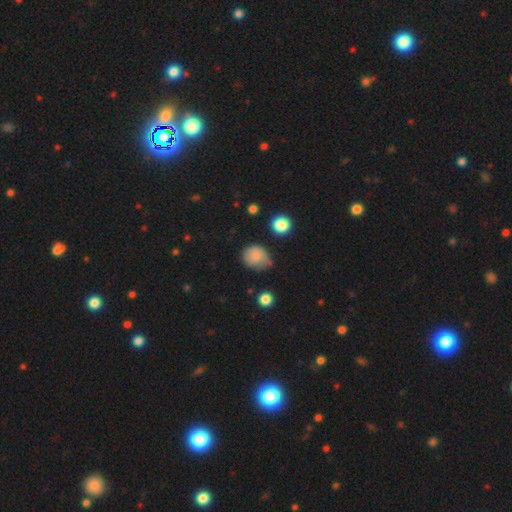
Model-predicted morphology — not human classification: smooth 70%, featured or disk 20%, star or artifact 10%. Down the decision tree: how rounded — round (67%); merging — none (48%).